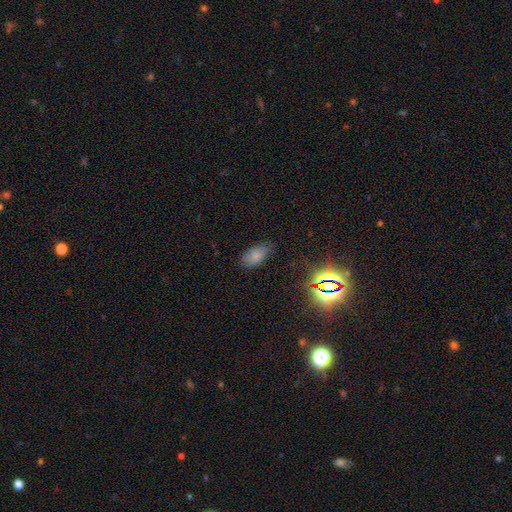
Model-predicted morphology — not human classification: type=smooth (79%); roundness=in between (92%); merging=none (71%).